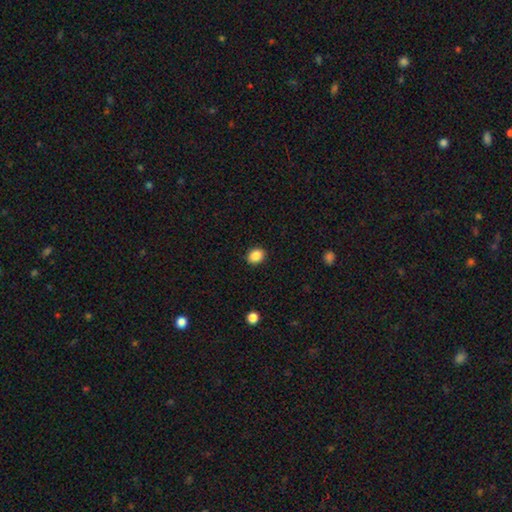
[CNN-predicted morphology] smooth_or_featured: smooth (p=0.88) [alt: star or artifact p=0.09]
how_rounded: in between (p=0.53) [alt: round p=0.46]
merging: none (p=0.90) [alt: minor disturbance p=0.07]